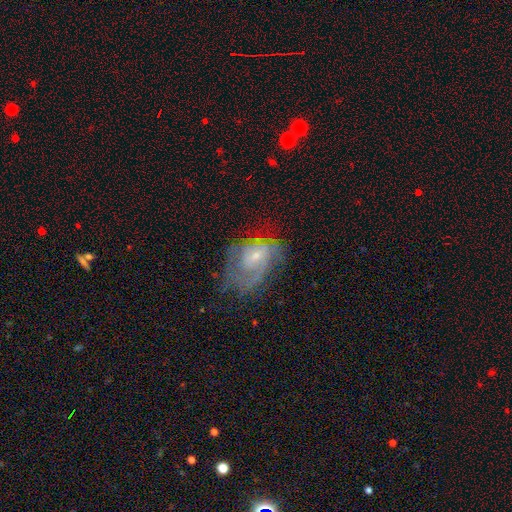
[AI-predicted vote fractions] A featured or disk galaxy (72%) with no bar (57%), 2 (38%) medium (42%) spiral arms (85%) and a small central bulge (63%).

Vote fractions:
- Smooth or featured? featured or disk: 72% / smooth: 17% / star or artifact: 11%
- Edge-on disk? no: 97% / yes: 3%
- Bar? no: 57% / weak: 36% / strong: 7%
- Spiral arms? yes: 85% / no: 15%
- Spiral winding? medium: 42% / tight: 38% / loose: 19%
- Spiral arm count? 2: 38% / can't tell: 32% / 3: 12% / 1: 11% / 4: 4% / more than 4: 3%
- Bulge size? small: 63% / moderate: 28% / none: 6% / large: 2% / dominant: 1%
- Merging? none: 53% / minor disturbance: 24% / major disturbance: 21% / merger: 2%